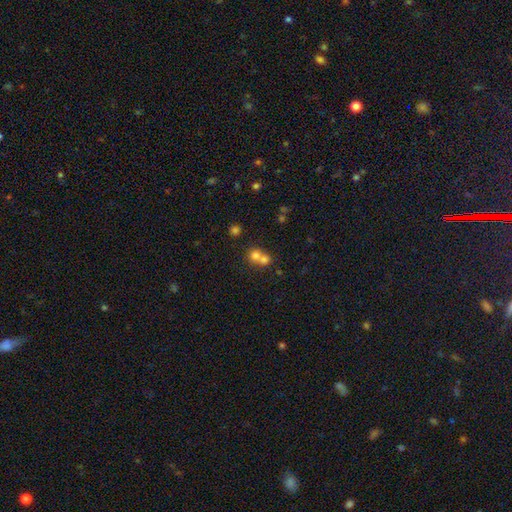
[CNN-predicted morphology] type=smooth (70%); roundness=round (77%); merging=merger (65%).